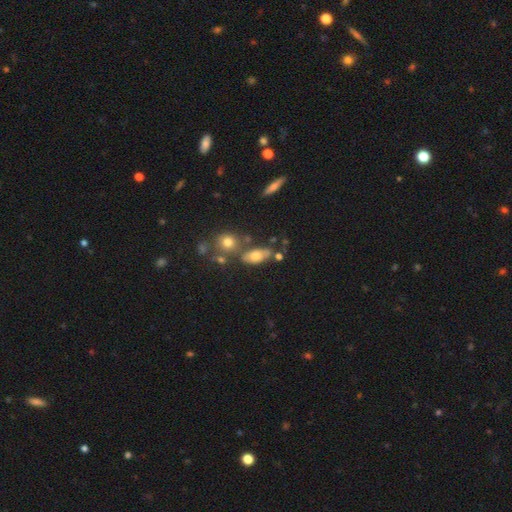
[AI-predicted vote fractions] smooth 66%, featured or disk 23%, star or artifact 11%. Down the decision tree: how rounded — in between (81%); merging — none (58%).